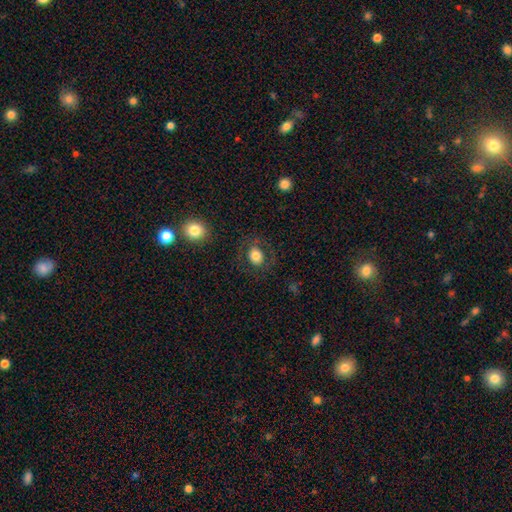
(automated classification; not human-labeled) The model was most divided on "how rounded": round: 60%, in between: 39%, cigar-shaped: 1%. More confident: merging — none (79%); smooth or featured — smooth (75%).